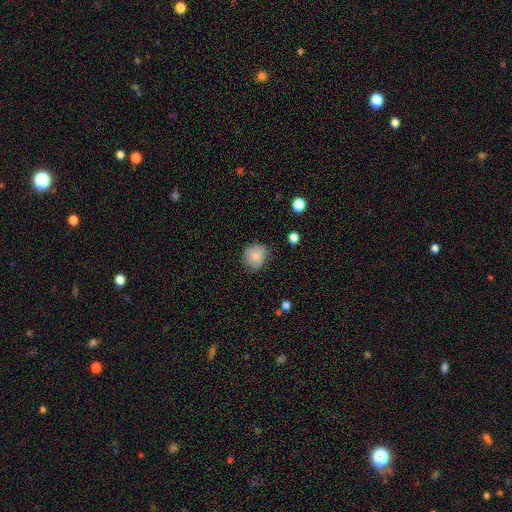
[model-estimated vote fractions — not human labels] A smooth galaxy with no disk features (80%) that is round (76%). Merging: none (68%).